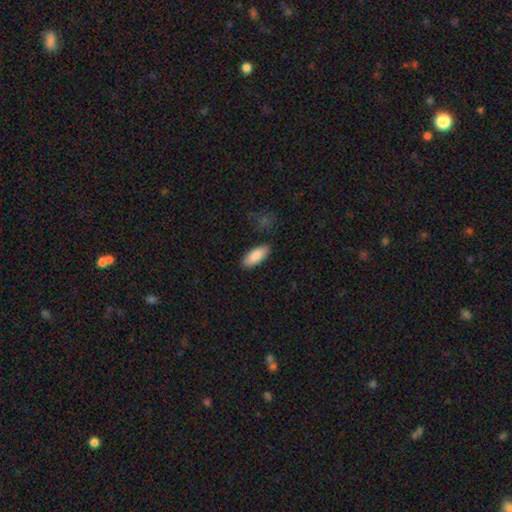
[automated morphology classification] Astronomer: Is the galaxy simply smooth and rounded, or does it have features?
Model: smooth — 87%.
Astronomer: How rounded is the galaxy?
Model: in between — 82%.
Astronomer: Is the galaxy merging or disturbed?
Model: none — 86%.